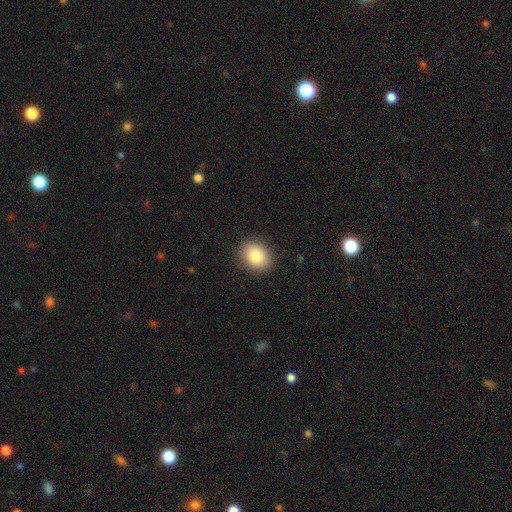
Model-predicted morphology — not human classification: Smooth or featured?
  - smooth: 84% *
  - star or artifact: 8%
  - featured or disk: 8%
How rounded?
  - round: 54% *
  - in between: 45%
  - cigar-shaped: 1%
Merging?
  - none: 89% *
  - minor disturbance: 8%
  - major disturbance: 2%
  - merger: 1%